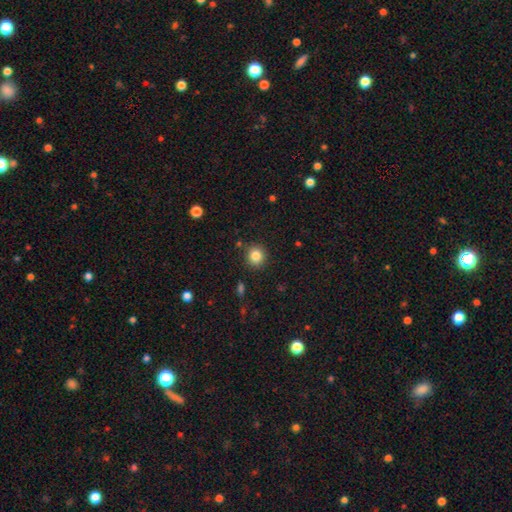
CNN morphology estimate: Smooth or featured: smooth — 84% (star or artifact — 11%)
How rounded: round — 87% (in between — 12%)
Merging: none — 87% (minor disturbance — 8%)